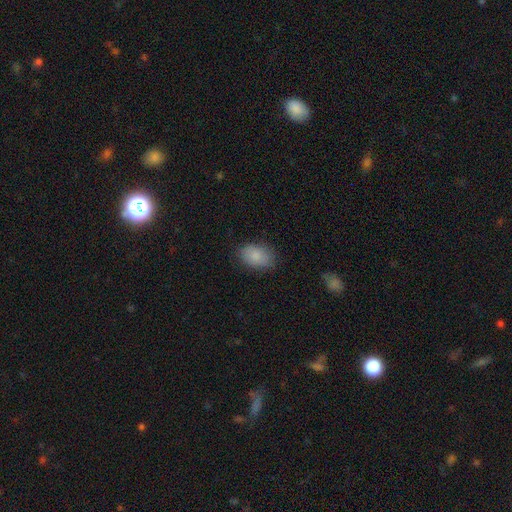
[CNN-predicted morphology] Smooth or featured? smooth (87%)
How rounded? in between (87%)
Merging? none (82%)